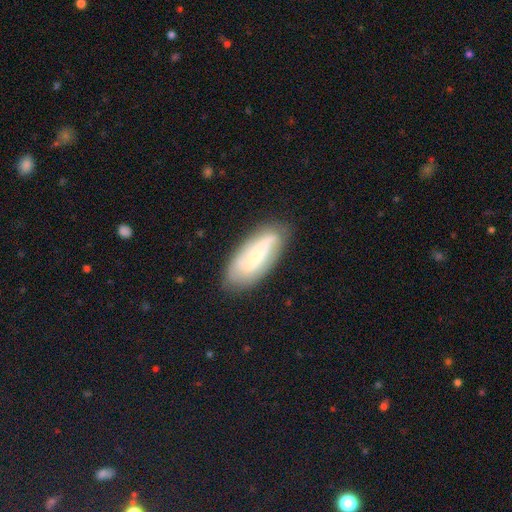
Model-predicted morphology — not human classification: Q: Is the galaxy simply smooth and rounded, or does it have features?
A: featured or disk — 62%.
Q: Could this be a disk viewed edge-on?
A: no — 90%.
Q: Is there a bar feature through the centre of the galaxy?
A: no — 51%.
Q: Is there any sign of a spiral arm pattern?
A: yes — 85%.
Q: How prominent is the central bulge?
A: small — 65%.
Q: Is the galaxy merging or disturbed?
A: none — 80%.